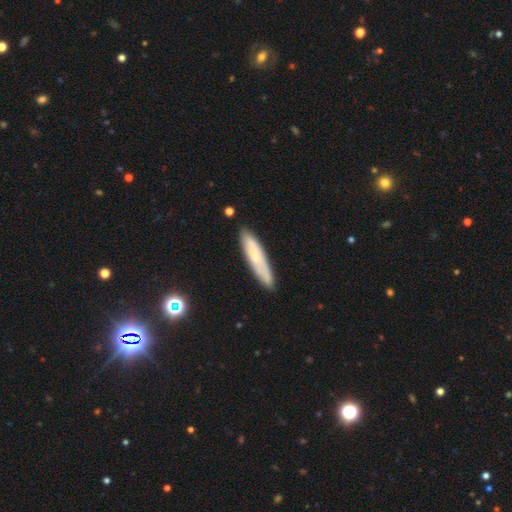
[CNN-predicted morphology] A smooth galaxy with no disk features (64%) that is cigar-shaped (83%).

Vote fractions:
- Smooth or featured? smooth: 64% / featured or disk: 29% / star or artifact: 7%
- How rounded? cigar-shaped: 83% / in between: 15% / round: 1%
- Merging? none: 83% / minor disturbance: 13% / major disturbance: 2% / merger: 2%